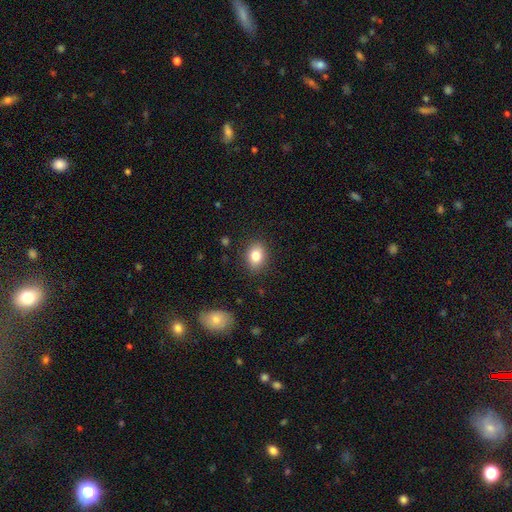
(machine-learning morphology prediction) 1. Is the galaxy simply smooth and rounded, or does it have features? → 81% smooth, 10% featured or disk, 9% star or artifact.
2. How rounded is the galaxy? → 63% in between, 35% round, 1% cigar-shaped.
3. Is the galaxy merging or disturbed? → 87% none, 9% minor disturbance, 3% major disturbance, 1% merger.